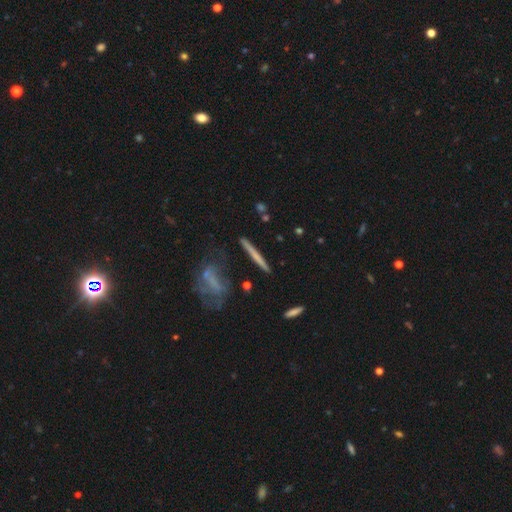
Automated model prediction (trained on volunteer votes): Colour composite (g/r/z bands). It shows a smooth galaxy with no disk features (52%) that is cigar-shaped (93%). Merging: none (84%).